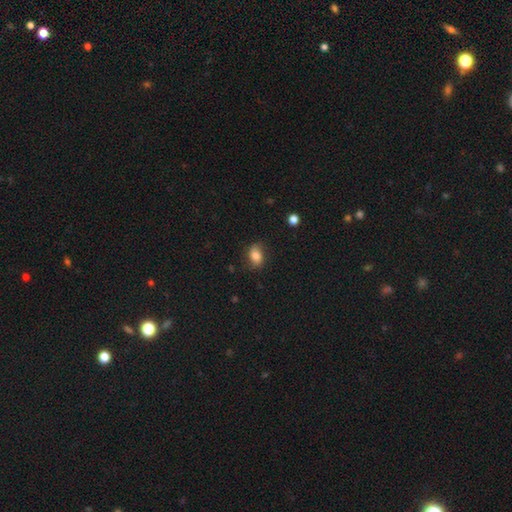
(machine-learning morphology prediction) A smooth galaxy with no disk features (78%) that is in between round and cigar-shaped (78%).

Vote fractions:
- Smooth or featured? smooth: 78% / featured or disk: 13% / star or artifact: 9%
- How rounded? in between: 78% / round: 20% / cigar-shaped: 2%
- Merging? none: 75% / minor disturbance: 19% / major disturbance: 5% / merger: 1%